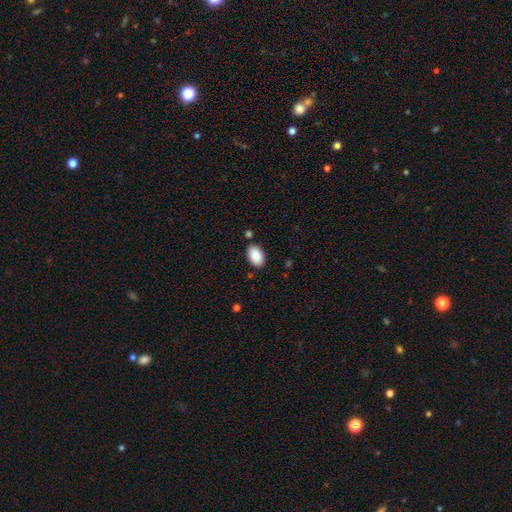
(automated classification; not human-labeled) Morphology: type=smooth (90%); roundness=in between (93%); merging=none (84%).